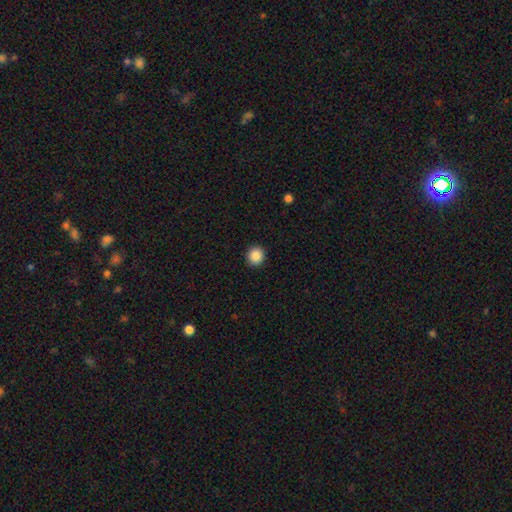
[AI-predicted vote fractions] This appears to be a smooth galaxy with no disk features (88%) that is round (92%). Merging: none (93%).